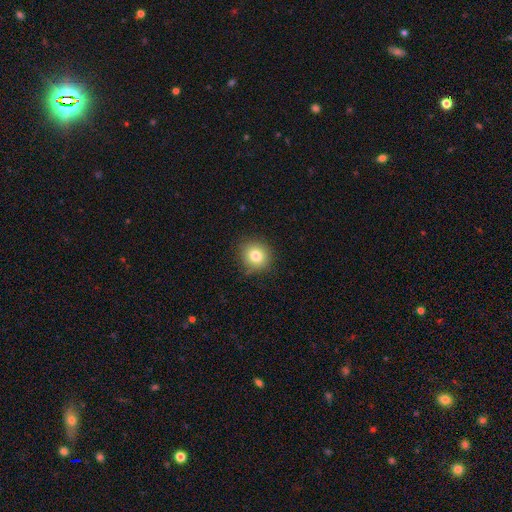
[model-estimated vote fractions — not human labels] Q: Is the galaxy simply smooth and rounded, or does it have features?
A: smooth — 80%.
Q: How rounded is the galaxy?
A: round — 86%.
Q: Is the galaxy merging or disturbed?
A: none — 84%.